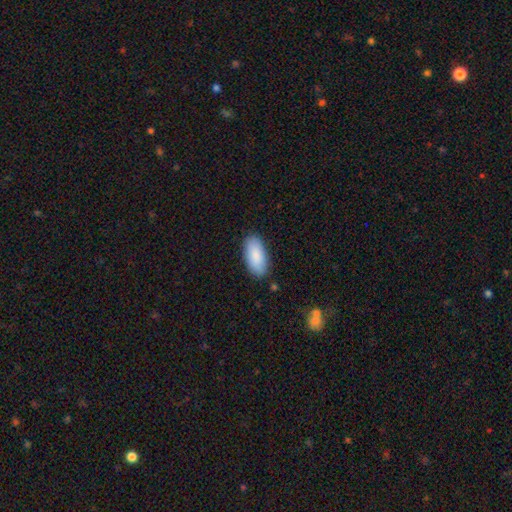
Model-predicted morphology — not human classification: A smooth galaxy with no disk features (88%) that is in between round and cigar-shaped (89%). Merging: none (86%).